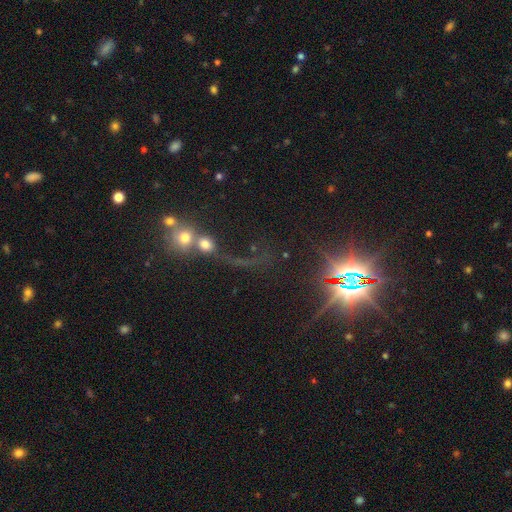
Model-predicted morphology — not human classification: A star or artifact, not a galaxy (62%).